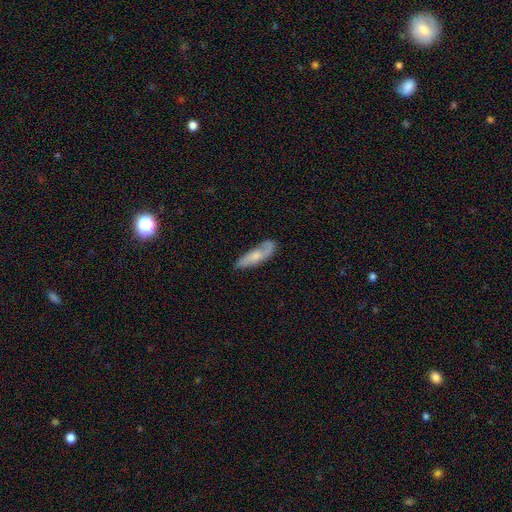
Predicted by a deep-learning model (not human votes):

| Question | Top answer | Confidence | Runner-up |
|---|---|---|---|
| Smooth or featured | smooth | 51% | featured or disk (43%) |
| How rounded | cigar-shaped | 52% | in between (46%) |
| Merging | none | 63% | minor disturbance (26%) |